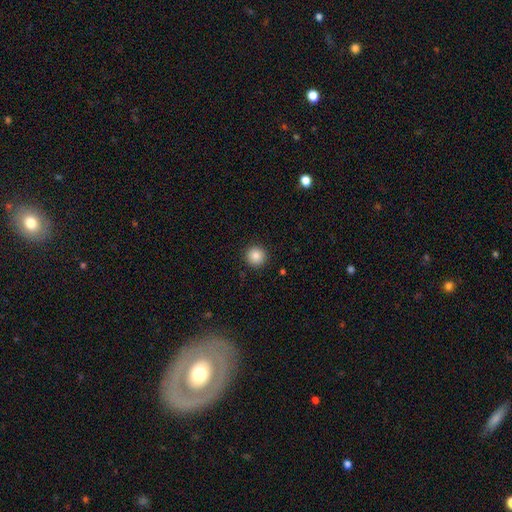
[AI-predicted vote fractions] Smooth or featured?
  - smooth: 86% *
  - star or artifact: 9%
  - featured or disk: 4%
How rounded?
  - round: 94% *
  - in between: 5%
  - cigar-shaped: 1%
Merging?
  - none: 91% *
  - minor disturbance: 6%
  - major disturbance: 2%
  - merger: 1%